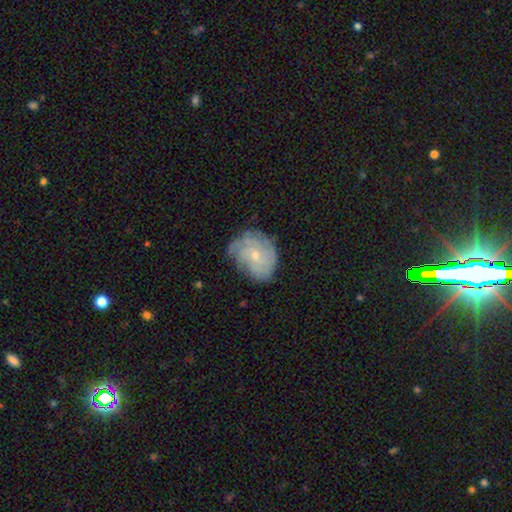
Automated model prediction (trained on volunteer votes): This appears to be a featured or disk galaxy (64%) with no bar (81%), tight (62%) spiral arms (83%) and a small central bulge (71%). Merging: none (60%).